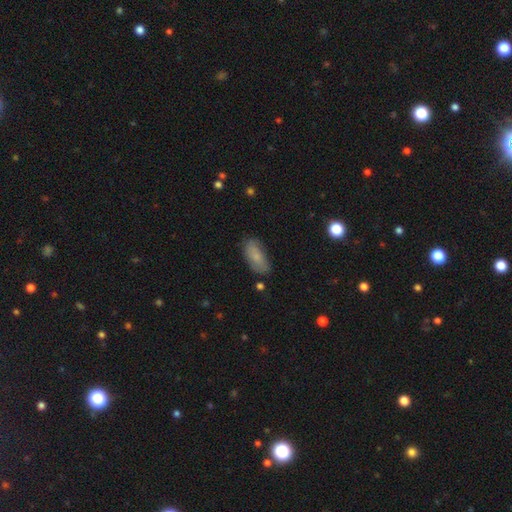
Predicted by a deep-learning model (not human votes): A smooth galaxy with no disk features (76%) that is in between round and cigar-shaped (86%). Merging: none (74%).